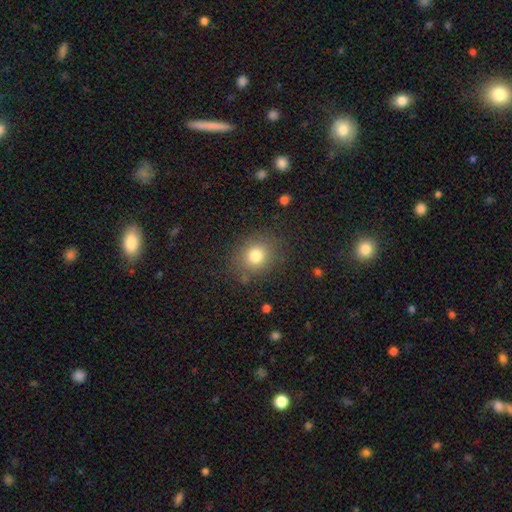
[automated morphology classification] This appears to be a smooth galaxy with no disk features (78%) that is round (75%). Merging: none (84%).